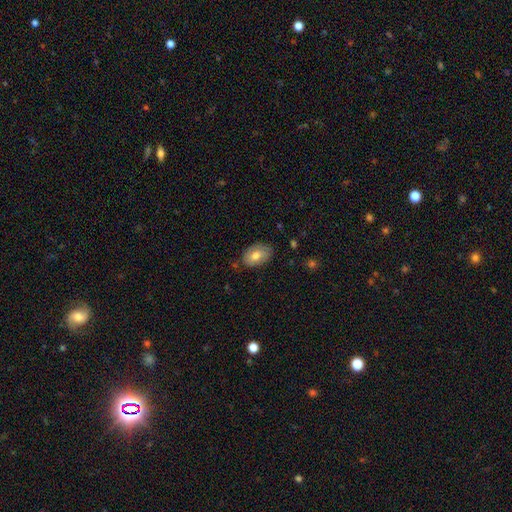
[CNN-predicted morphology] A smooth galaxy with no disk features (72%) that is in between round and cigar-shaped (90%). Merging: none (78%).